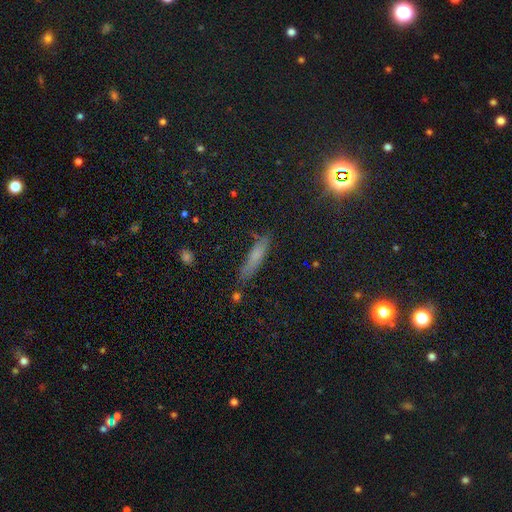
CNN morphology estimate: Smooth or featured: smooth — 59% (star or artifact — 21%)
How rounded: cigar-shaped — 78% (in between — 18%)
Merging: none — 75% (minor disturbance — 17%)